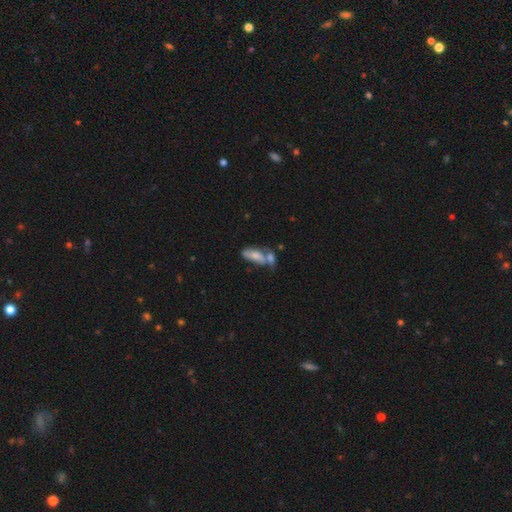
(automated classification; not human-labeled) Morphology: type=smooth (62%); roundness=in between (78%); merging=merger (50%).